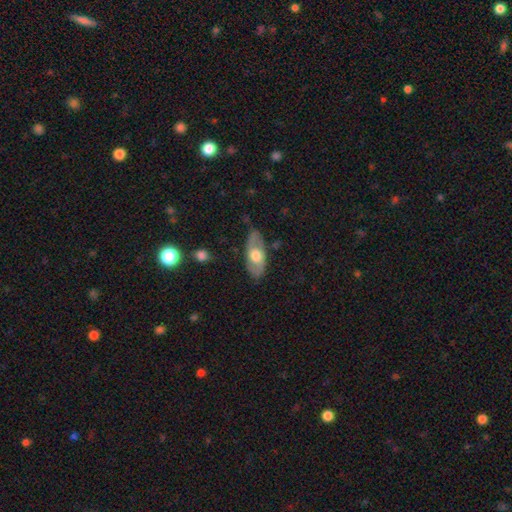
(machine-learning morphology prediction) smooth_or_featured: smooth (p=0.49) [alt: featured or disk p=0.46]
merging: none (p=0.75) [alt: minor disturbance p=0.19]